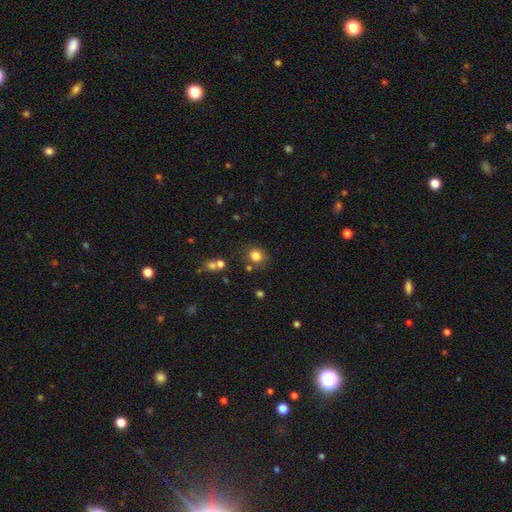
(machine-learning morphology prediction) smooth_or_featured: smooth (p=0.81) [alt: star or artifact p=0.13]
how_rounded: round (p=0.79) [alt: in between p=0.20]
merging: none (p=0.79) [alt: minor disturbance p=0.11]